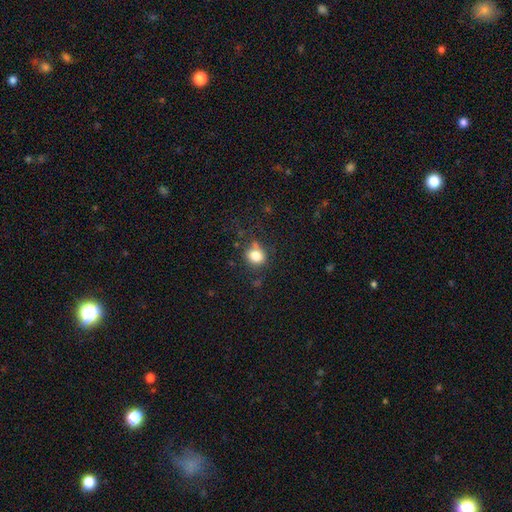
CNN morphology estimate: Smooth or featured: smooth — 81% (star or artifact — 11%)
How rounded: round — 66% (in between — 33%)
Merging: none — 65% (minor disturbance — 21%)